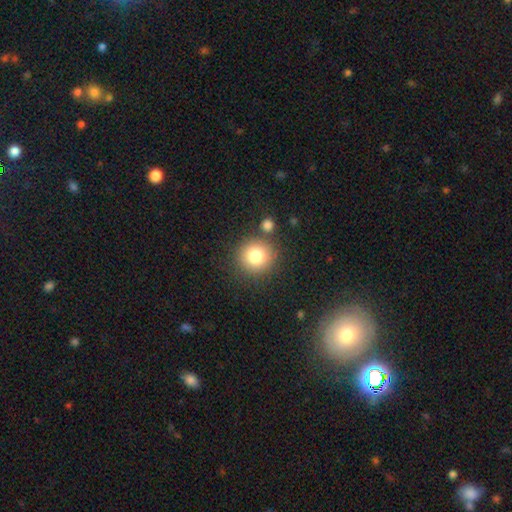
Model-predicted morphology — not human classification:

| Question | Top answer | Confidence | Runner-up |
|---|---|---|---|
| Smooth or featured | smooth | 80% | star or artifact (11%) |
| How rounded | round | 92% | in between (7%) |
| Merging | none | 81% | minor disturbance (8%) |